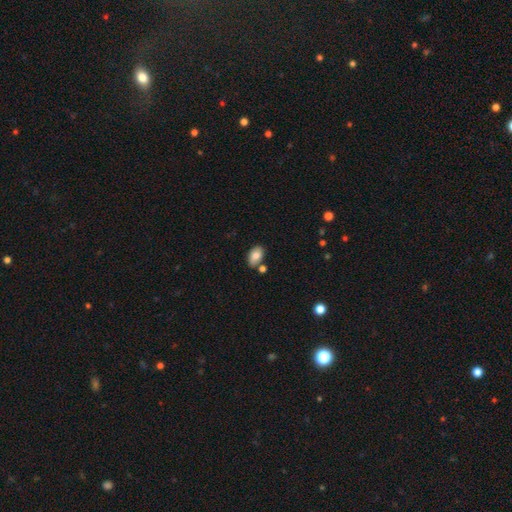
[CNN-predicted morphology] Smooth or featured: smooth — 79% (featured or disk — 14%)
How rounded: in between — 90% (round — 9%)
Merging: none — 70% (minor disturbance — 14%)